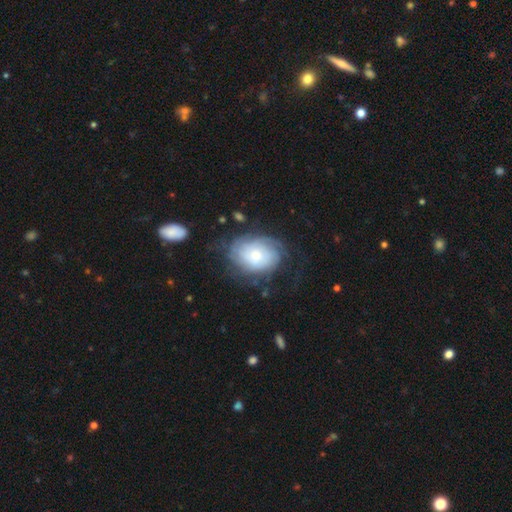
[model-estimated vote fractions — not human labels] smooth_or_featured: featured or disk (p=0.59) [alt: smooth p=0.34]
disk_edge_on: no (p=0.97) [alt: yes p=0.03]
bar: no (p=0.81) [alt: weak p=0.16]
has_spiral_arms: yes (p=0.82) [alt: no p=0.18]
bulge_size: small (p=0.44) [alt: moderate p=0.41]
merging: none (p=0.58) [alt: minor disturbance p=0.23]